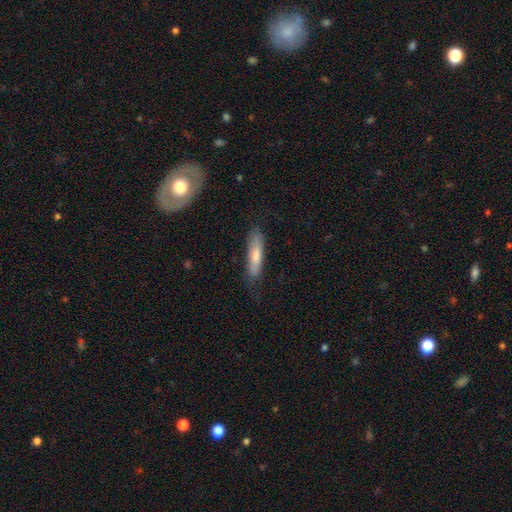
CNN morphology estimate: Overall: smooth (72%). How rounded: cigar-shaped (76%). Merging: none (77%).